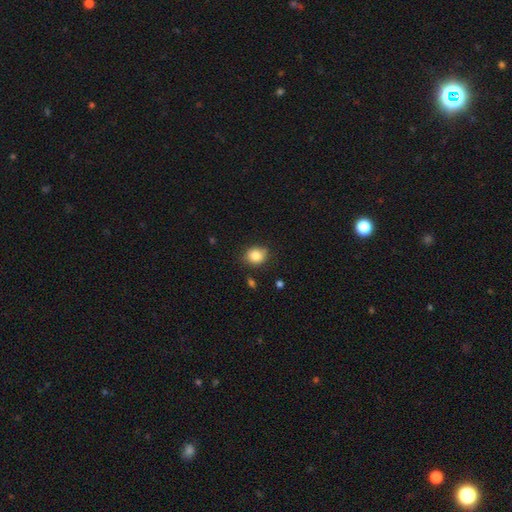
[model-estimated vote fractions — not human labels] Overall: smooth (84%). How rounded: round (63%; in between 36%). Merging: none (74%).